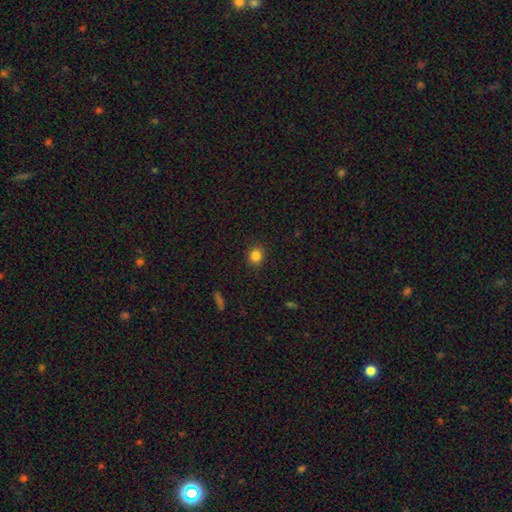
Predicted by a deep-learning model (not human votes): Morphology: type=smooth (84%); roundness=round (77%); merging=none (89%).